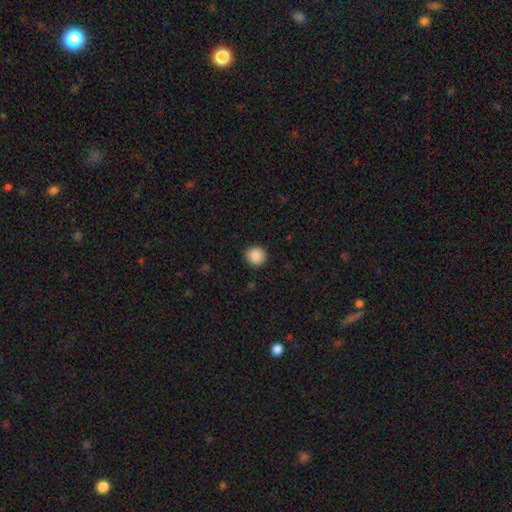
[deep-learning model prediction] Overall: smooth (88%). How rounded: round (93%). Merging: none (92%).